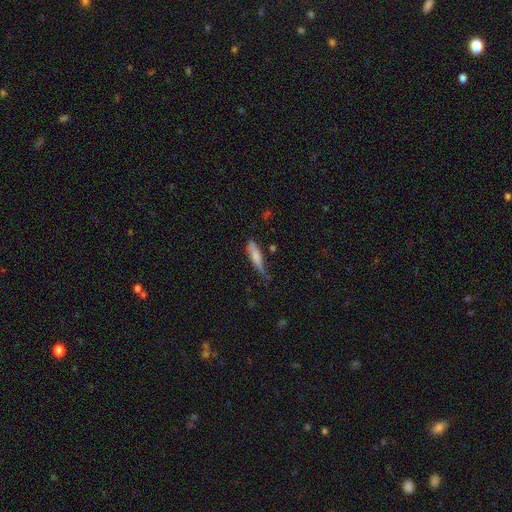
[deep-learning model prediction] smooth_or_featured: smooth (p=0.70) [alt: featured or disk p=0.23]
how_rounded: cigar-shaped (p=0.73) [alt: in between p=0.25]
merging: none (p=0.44) [alt: minor disturbance p=0.37]